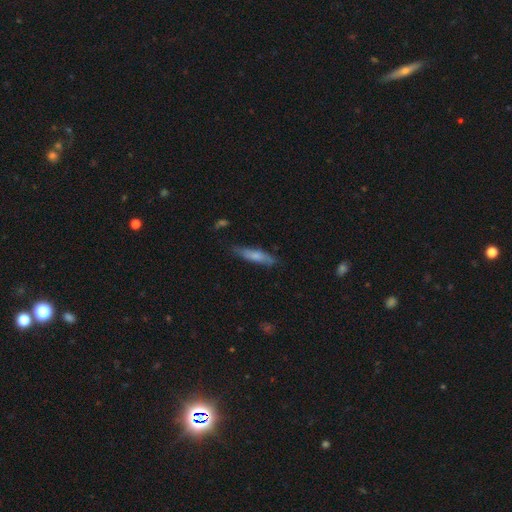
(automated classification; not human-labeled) A smooth galaxy with no disk features (70%) that is cigar-shaped (81%). Merging: none (76%).